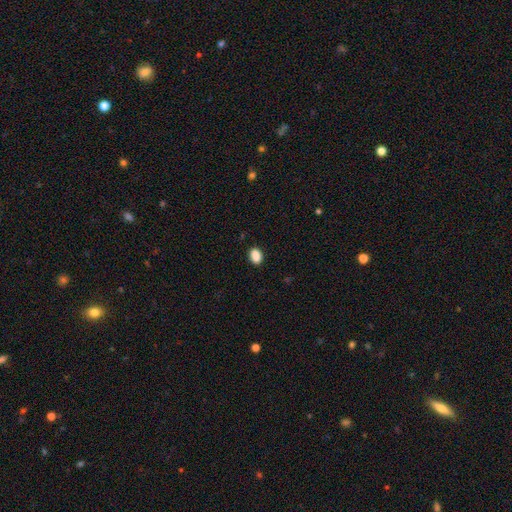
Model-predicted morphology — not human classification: A smooth galaxy with no disk features (89%) that is in between round and cigar-shaped (81%). Merging: none (87%).